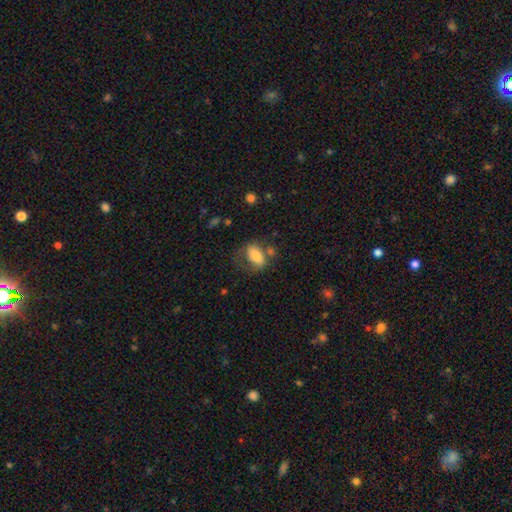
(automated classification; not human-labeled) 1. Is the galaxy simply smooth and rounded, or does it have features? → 71% smooth, 21% featured or disk, 8% star or artifact.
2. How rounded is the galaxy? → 85% in between, 11% round, 4% cigar-shaped.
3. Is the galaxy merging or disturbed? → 47% none, 23% minor disturbance, 19% major disturbance, 11% merger.